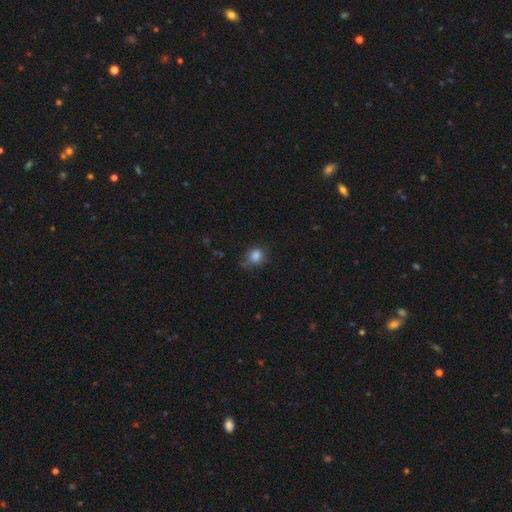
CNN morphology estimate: smooth_or_featured: smooth (p=0.85) [alt: star or artifact p=0.11]
how_rounded: round (p=0.78) [alt: in between p=0.21]
merging: none (p=0.70) [alt: minor disturbance p=0.21]